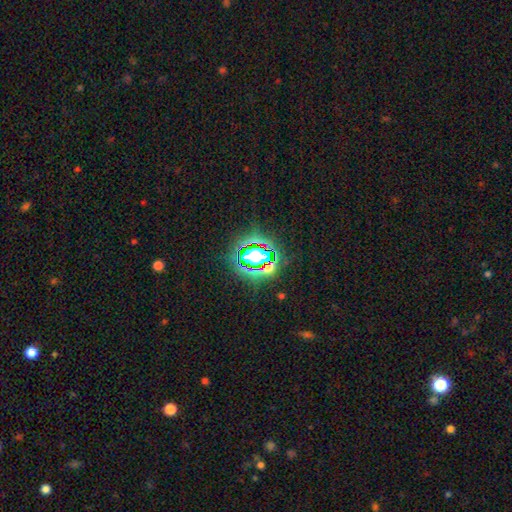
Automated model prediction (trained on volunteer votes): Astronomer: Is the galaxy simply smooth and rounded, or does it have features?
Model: star or artifact — 67%.